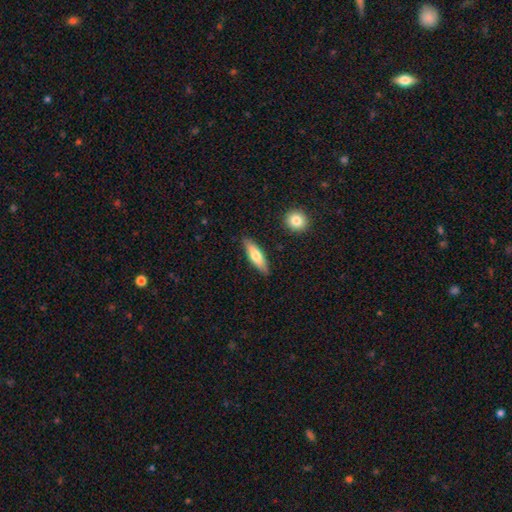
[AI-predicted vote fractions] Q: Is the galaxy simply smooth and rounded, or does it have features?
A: smooth — 68%.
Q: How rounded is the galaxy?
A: cigar-shaped — 58%.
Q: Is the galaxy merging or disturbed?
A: none — 86%.